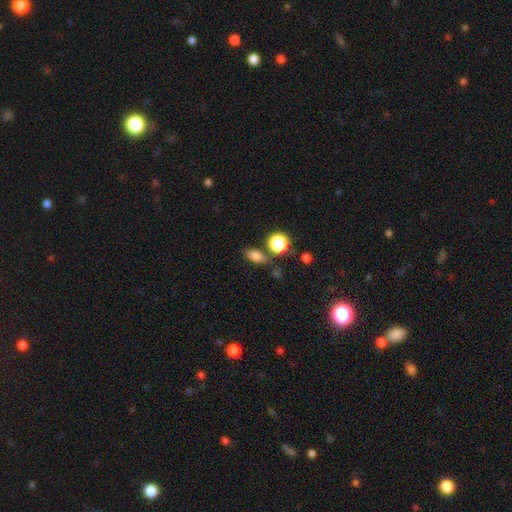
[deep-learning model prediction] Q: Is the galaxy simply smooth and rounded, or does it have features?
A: smooth — 78%.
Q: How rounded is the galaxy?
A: in between — 77%.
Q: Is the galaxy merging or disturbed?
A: none — 76%.